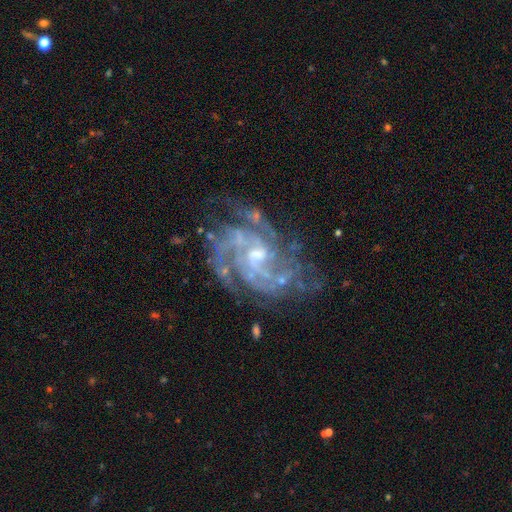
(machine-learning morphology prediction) This is clearly a featured or disk galaxy (88%). It is clearly not viewed edge-on (97%). Bar: possibly no (54%). Spiral arm pattern: clearly yes (95%). Spiral arm count: marginally can't tell (27%). Spiral winding: possibly tight (50%). Central bulge: possibly moderate (46%). Merging: likely none (65%).